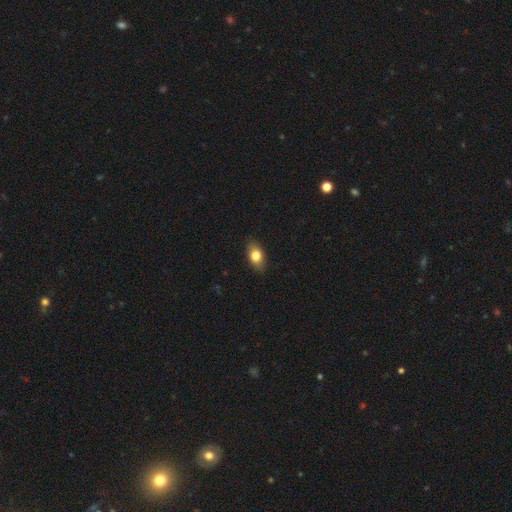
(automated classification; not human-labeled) Morphology: type=smooth (80%); roundness=in between (83%); merging=none (86%).